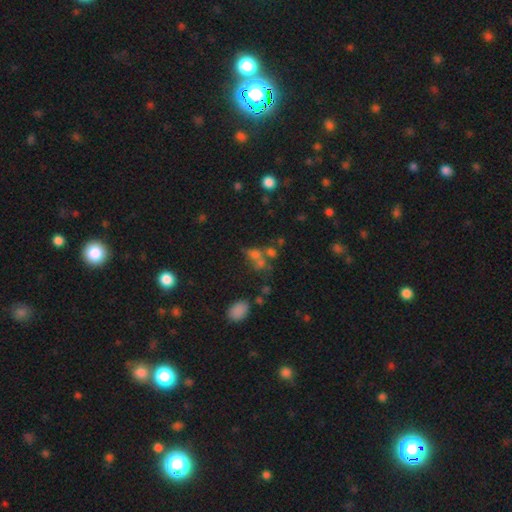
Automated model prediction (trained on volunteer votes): Smooth or featured? smooth (50%)
How rounded? round (49%)
Merging? merger (42%)